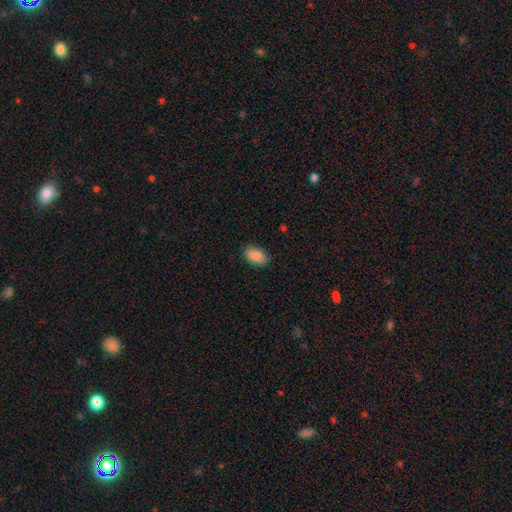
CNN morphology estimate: Smooth or featured?
  - smooth: 88% *
  - star or artifact: 7%
  - featured or disk: 5%
How rounded?
  - in between: 90% *
  - round: 9%
  - cigar-shaped: 1%
Merging?
  - none: 87% *
  - minor disturbance: 10%
  - major disturbance: 2%
  - merger: 1%